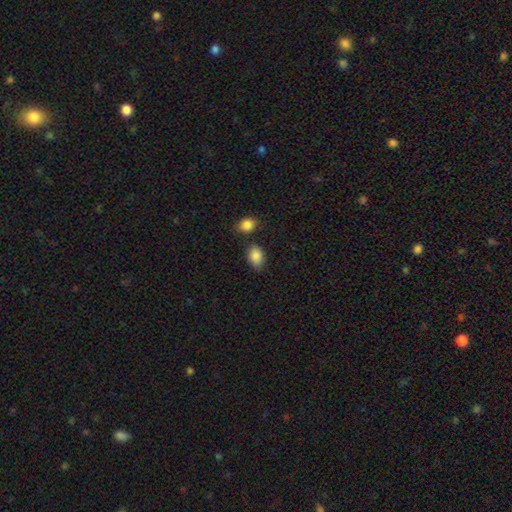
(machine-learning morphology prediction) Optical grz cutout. It shows a smooth galaxy with no disk features (87%) that is in between round and cigar-shaped (81%). Merging: none (67%).